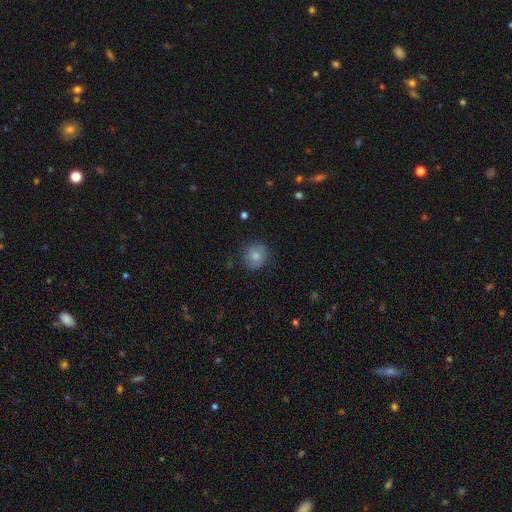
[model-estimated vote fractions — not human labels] This appears to be a smooth galaxy with no disk features (78%) that is round (88%). Merging: none (81%).